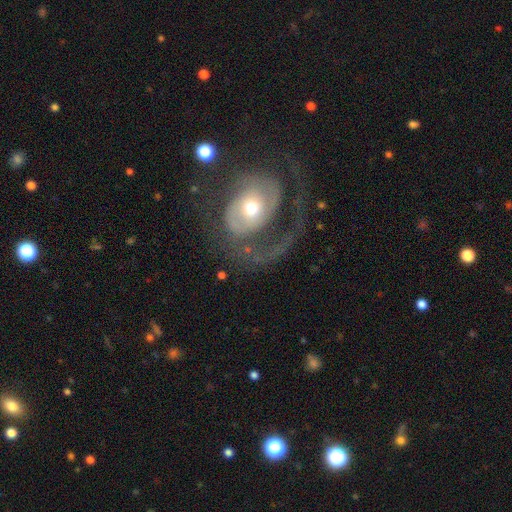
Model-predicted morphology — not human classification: Smooth or featured: featured or disk — 78% (smooth — 15%)
Edge-on disk: no — 97% (yes — 3%)
Bar: no — 62% (weak — 25%)
Spiral arms: yes — 78% (no — 22%)
Spiral winding: tight — 41% (medium — 39%)
Spiral arm count: 2 — 45% (1 — 31%)
Bulge size: moderate — 62% (small — 29%)
Merging: none — 54% (major disturbance — 28%)